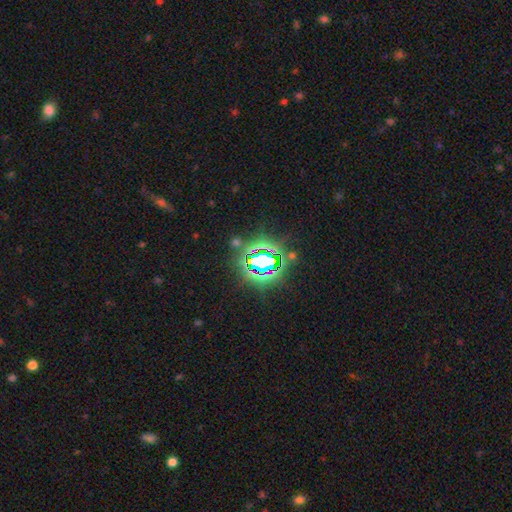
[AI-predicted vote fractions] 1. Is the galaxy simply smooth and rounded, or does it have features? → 82% star or artifact, 11% smooth, 7% featured or disk.